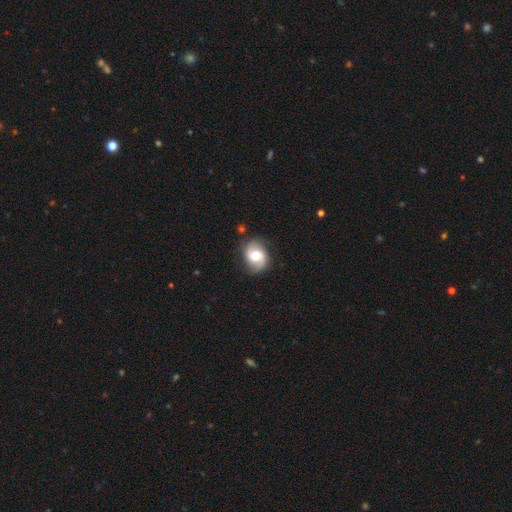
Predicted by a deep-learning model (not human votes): smooth-or-featured: featured or disk: 66% | smooth: 26% | star or artifact: 8%
  disk-edge-on: no: 98% | yes: 2%
    bar: no: 47% | weak: 42% | strong: 11%
    has-spiral-arms: yes: 92% | no: 8%
      spiral-winding: medium: 45% | loose: 34% | tight: 21%
      spiral-arm-count: 2: 88% | can't tell: 5% | 1: 4% | 3: 1% | 4: 1% | more than 4: 1%
    bulge-size: moderate: 50% | large: 29% | small: 14% | dominant: 4% | none: 3%
  merging: none: 77% | minor disturbance: 16% | major disturbance: 5% | merger: 2%